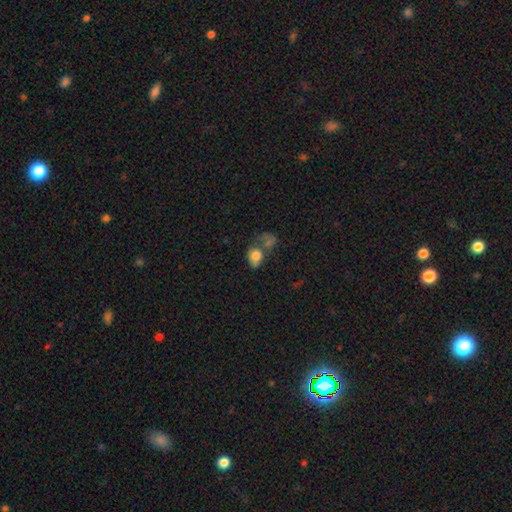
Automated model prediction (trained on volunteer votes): A smooth galaxy with no disk features (75%) that is in between round and cigar-shaped (60%).

Vote fractions:
- Smooth or featured? smooth: 75% / featured or disk: 16% / star or artifact: 9%
- How rounded? in between: 60% / round: 39% / cigar-shaped: 1%
- Merging? merger: 47% / none: 25% / major disturbance: 15% / minor disturbance: 14%